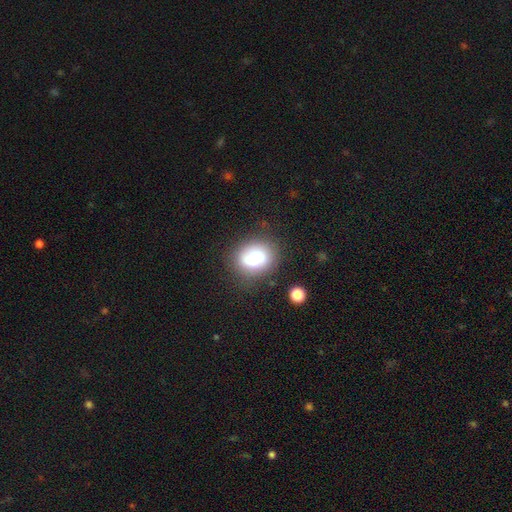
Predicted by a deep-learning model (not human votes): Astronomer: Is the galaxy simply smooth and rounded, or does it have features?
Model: smooth — 59%.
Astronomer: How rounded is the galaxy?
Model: round — 61% (runner-up: in between, 39%).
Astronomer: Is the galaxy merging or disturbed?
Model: none — 67%.